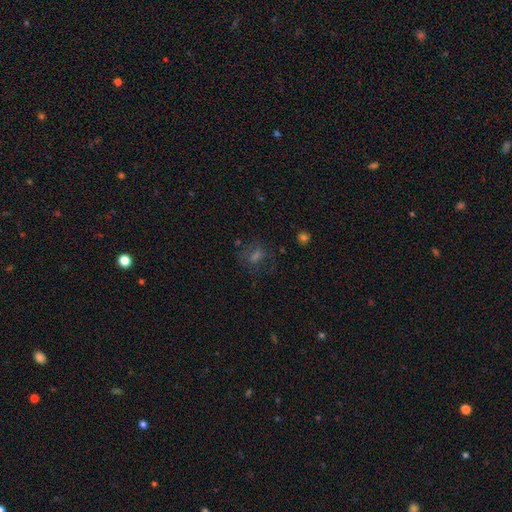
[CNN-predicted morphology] This is marginally a smooth galaxy (43%). Merging: likely none (69%).